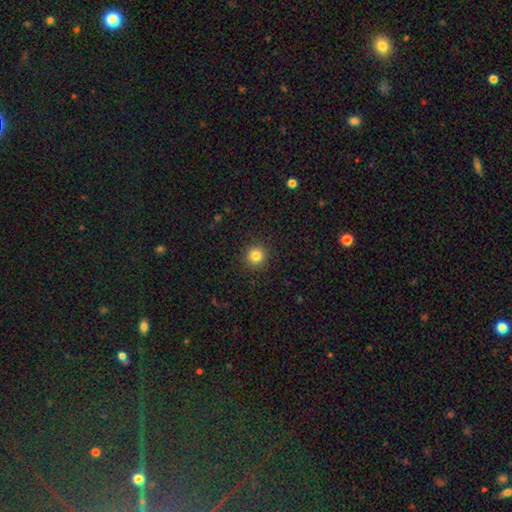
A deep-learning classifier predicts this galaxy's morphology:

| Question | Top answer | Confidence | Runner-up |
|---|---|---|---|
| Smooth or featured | smooth | 83% | star or artifact (12%) |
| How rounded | round | 94% | in between (5%) |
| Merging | none | 92% | minor disturbance (5%) |